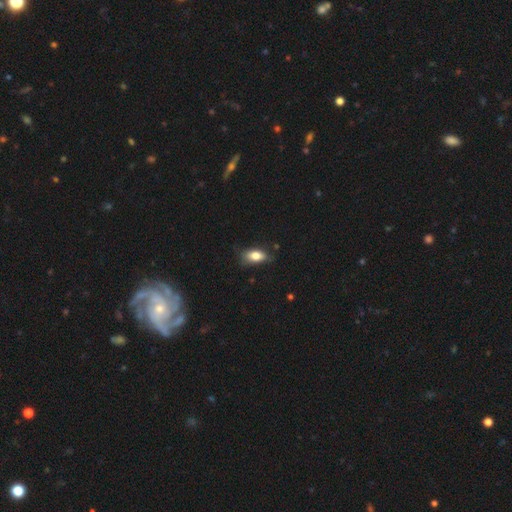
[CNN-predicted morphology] This appears to be a smooth galaxy with no disk features (80%) that is in between round and cigar-shaped (87%). Merging: none (71%).